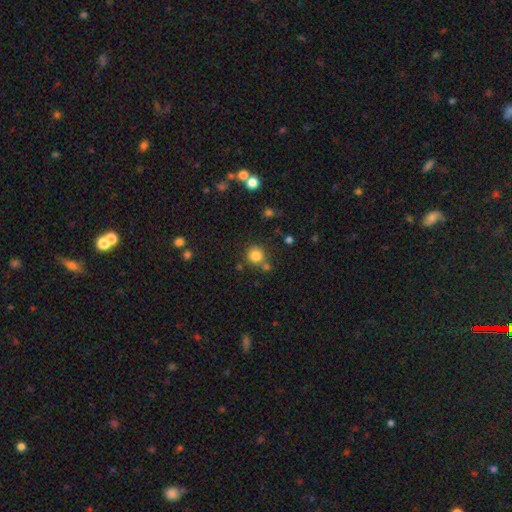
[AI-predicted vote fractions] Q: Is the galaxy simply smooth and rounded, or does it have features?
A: smooth — 82%.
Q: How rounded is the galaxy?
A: round — 91%.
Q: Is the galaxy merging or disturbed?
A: none — 73%.